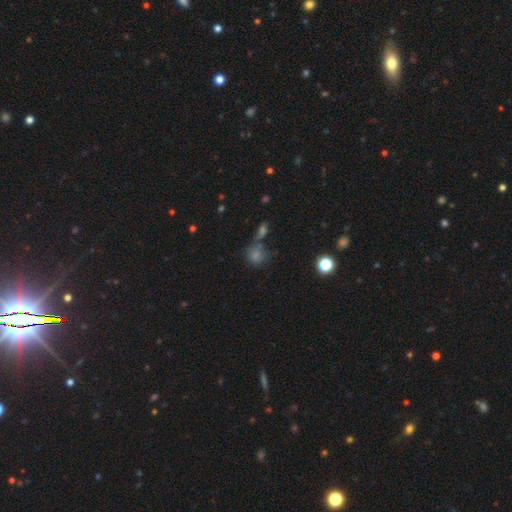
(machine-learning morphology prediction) A smooth galaxy with no disk features (62%) that is round (83%). Merging: none (57%).